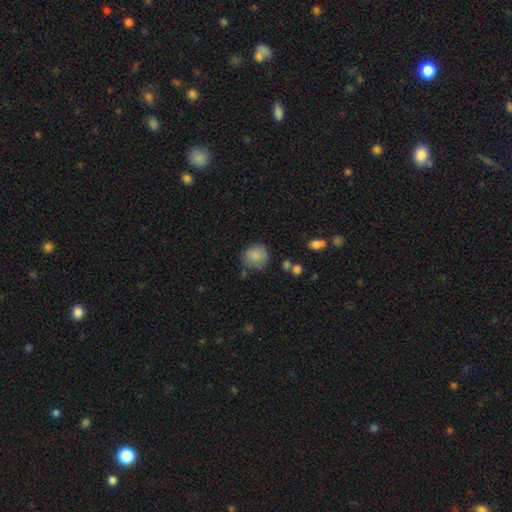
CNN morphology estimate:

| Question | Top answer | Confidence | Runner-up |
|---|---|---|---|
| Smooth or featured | smooth | 83% | star or artifact (9%) |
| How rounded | round | 86% | in between (13%) |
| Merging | none | 73% | minor disturbance (17%) |